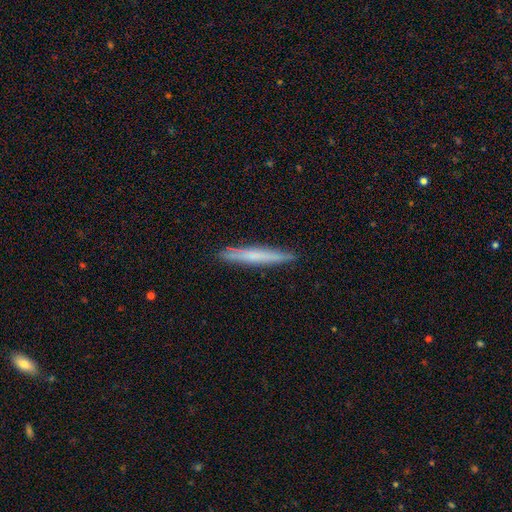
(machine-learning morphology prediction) Smooth or featured? smooth (59%)
How rounded? cigar-shaped (96%)
Merging? none (90%)